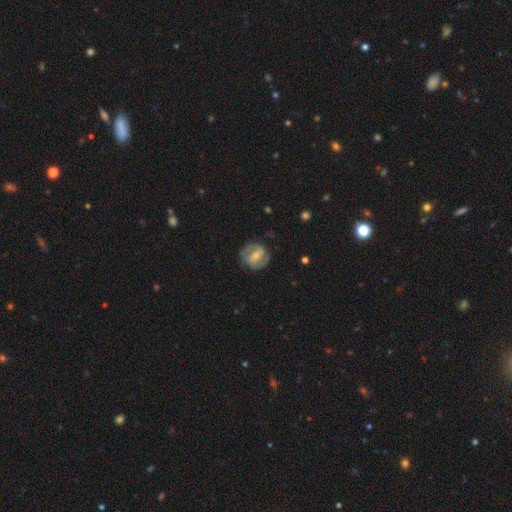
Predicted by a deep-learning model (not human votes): smooth-or-featured: featured or disk: 62% | smooth: 32% | star or artifact: 6%
  disk-edge-on: no: 96% | yes: 4%
    bar: weak: 41% | strong: 36% | no: 22%
    has-spiral-arms: yes: 72% | no: 28%
    bulge-size: small: 51% | moderate: 42% | none: 3% | large: 3% | dominant: 1%
  merging: none: 75% | minor disturbance: 16% | major disturbance: 7% | merger: 1%